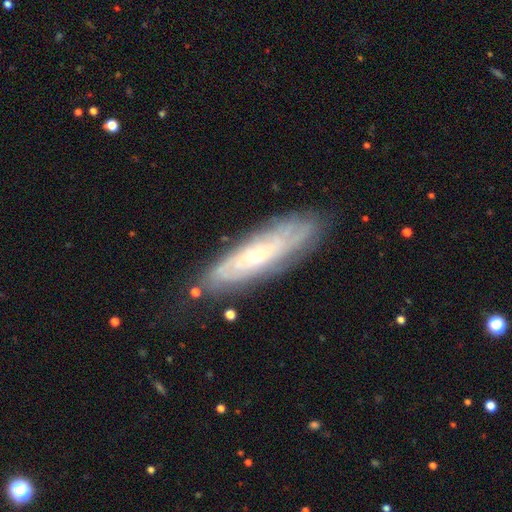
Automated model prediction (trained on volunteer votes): smooth_or_featured: featured or disk (p=0.73) [alt: smooth p=0.19]
disk_edge_on: no (p=0.73) [alt: yes p=0.27]
bar: no (p=0.75) [alt: weak p=0.20]
has_spiral_arms: yes (p=0.85) [alt: no p=0.15]
bulge_size: small (p=0.68) [alt: moderate p=0.29]
merging: none (p=0.79) [alt: minor disturbance p=0.15]